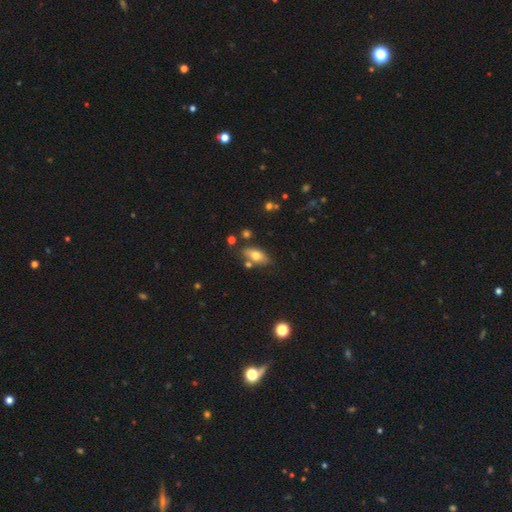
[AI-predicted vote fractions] Smooth or featured?
  - smooth: 66% *
  - featured or disk: 25%
  - star or artifact: 8%
How rounded?
  - in between: 82% *
  - cigar-shaped: 14%
  - round: 5%
Merging?
  - none: 71% *
  - minor disturbance: 15%
  - merger: 11%
  - major disturbance: 4%